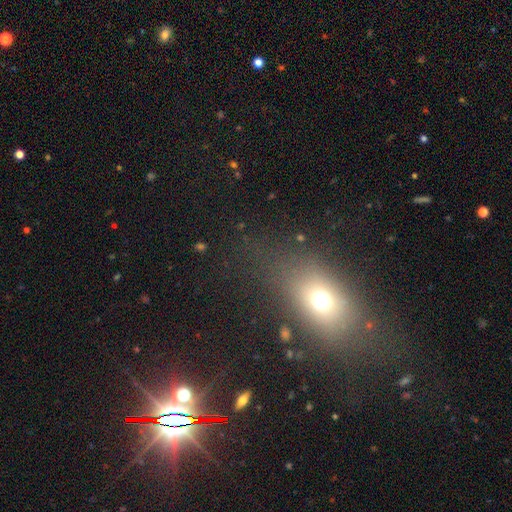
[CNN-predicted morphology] Smooth or featured?
  - smooth: 50% *
  - star or artifact: 35%
  - featured or disk: 15%
How rounded?
  - in between: 62% *
  - round: 30%
  - cigar-shaped: 8%
Merging?
  - none: 73% *
  - minor disturbance: 14%
  - major disturbance: 10%
  - merger: 3%